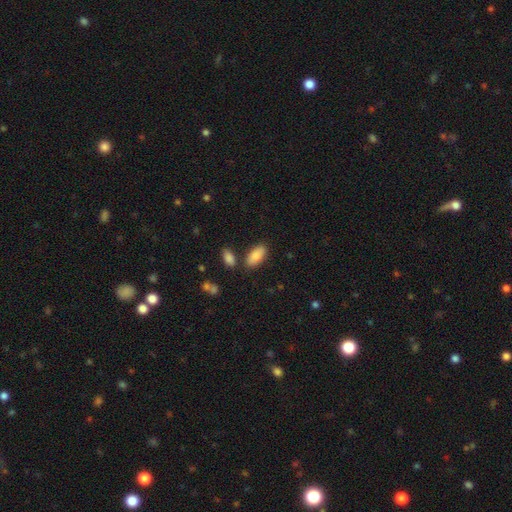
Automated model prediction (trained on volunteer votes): Smooth or featured?
  - smooth: 88% *
  - star or artifact: 6%
  - featured or disk: 6%
How rounded?
  - in between: 90% *
  - cigar-shaped: 8%
  - round: 2%
Merging?
  - none: 79% *
  - minor disturbance: 11%
  - merger: 8%
  - major disturbance: 3%